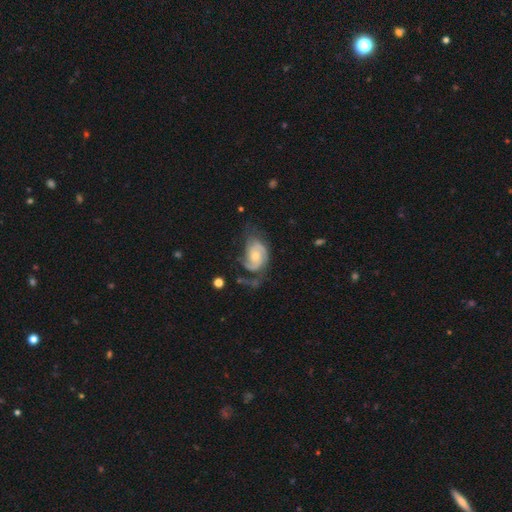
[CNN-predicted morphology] Smooth or featured?
  - featured or disk: 80% *
  - smooth: 15%
  - star or artifact: 5%
Edge-on disk?
  - no: 97% *
  - yes: 3%
Bar?
  - no: 69% *
  - weak: 26%
  - strong: 4%
Spiral arms?
  - yes: 93% *
  - no: 7%
Spiral winding?
  - medium: 41% *
  - tight: 39%
  - loose: 20%
Spiral arm count?
  - 2: 58% *
  - can't tell: 15%
  - 1: 13%
  - 3: 10%
  - 4: 2%
  - more than 4: 2%
Bulge size?
  - small: 47% *
  - moderate: 46%
  - large: 4%
  - none: 3%
  - dominant: 1%
Merging?
  - none: 40% *
  - major disturbance: 31%
  - minor disturbance: 25%
  - merger: 4%